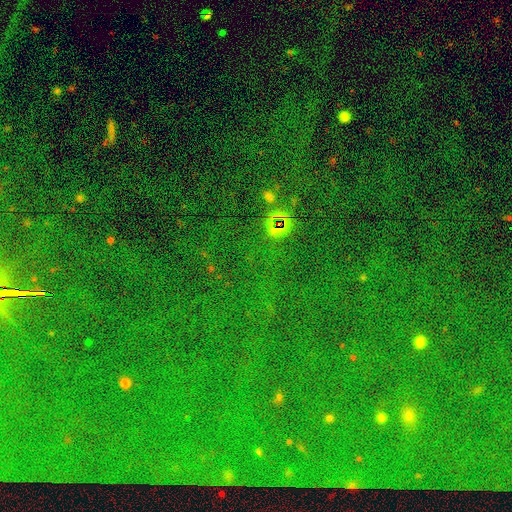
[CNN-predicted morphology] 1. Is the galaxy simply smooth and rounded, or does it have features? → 81% star or artifact, 11% smooth, 8% featured or disk.